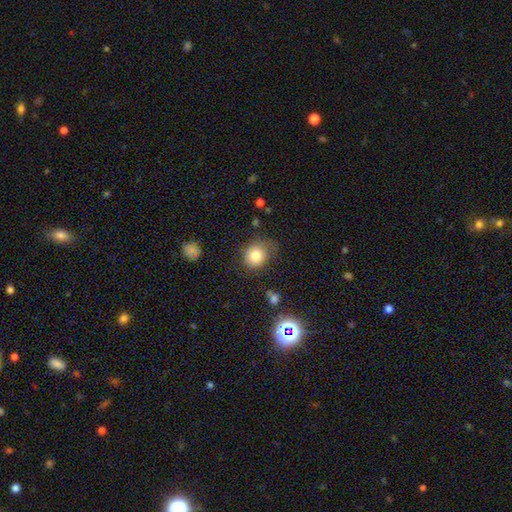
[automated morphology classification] The model was most divided on "merging": none: 69%, minor disturbance: 22%, major disturbance: 7%, merger: 2%. More confident: smooth or featured — smooth (80%); how rounded — round (77%).